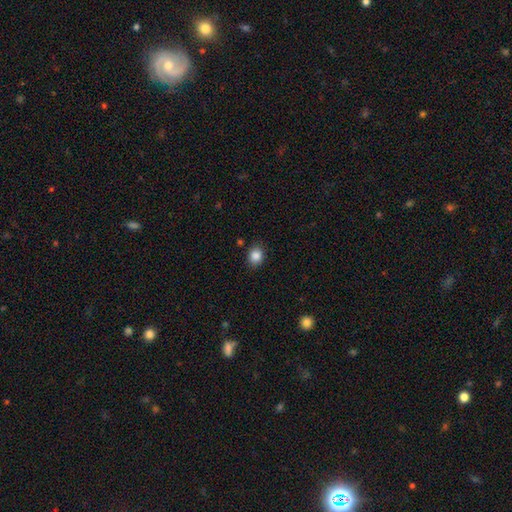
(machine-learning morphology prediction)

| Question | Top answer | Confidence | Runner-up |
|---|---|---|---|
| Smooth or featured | smooth | 86% | star or artifact (9%) |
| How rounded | round | 54% | in between (45%) |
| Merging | none | 86% | minor disturbance (10%) |